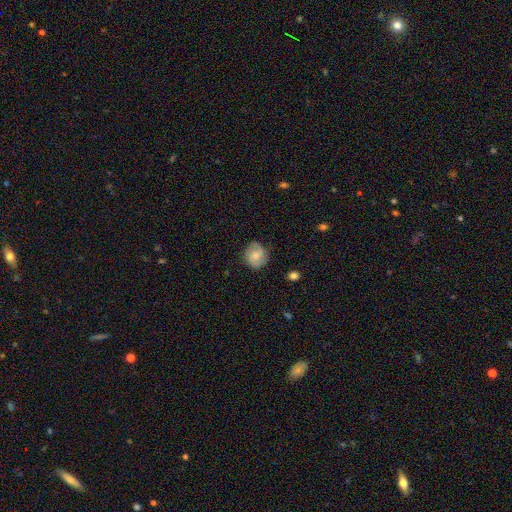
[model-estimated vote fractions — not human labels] A smooth galaxy with no disk features (52%) that is round (77%).

Vote fractions:
- Smooth or featured? smooth: 52% / featured or disk: 40% / star or artifact: 8%
- How rounded? round: 77% / in between: 22% / cigar-shaped: 1%
- Merging? none: 79% / minor disturbance: 16% / major disturbance: 4% / merger: 1%